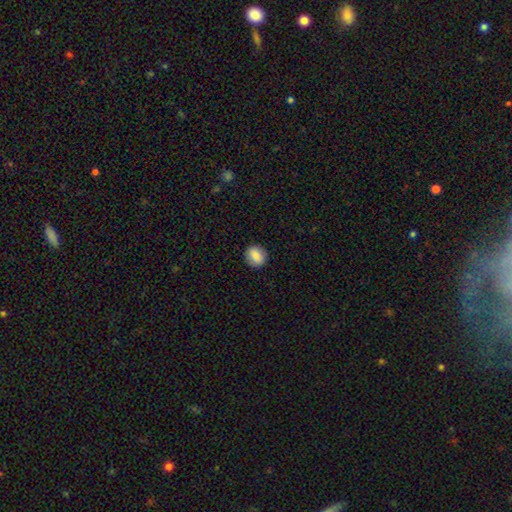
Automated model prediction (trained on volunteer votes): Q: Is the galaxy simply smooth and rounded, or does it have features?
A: smooth — 83%.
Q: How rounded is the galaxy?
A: round — 80%.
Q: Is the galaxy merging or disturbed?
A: none — 90%.